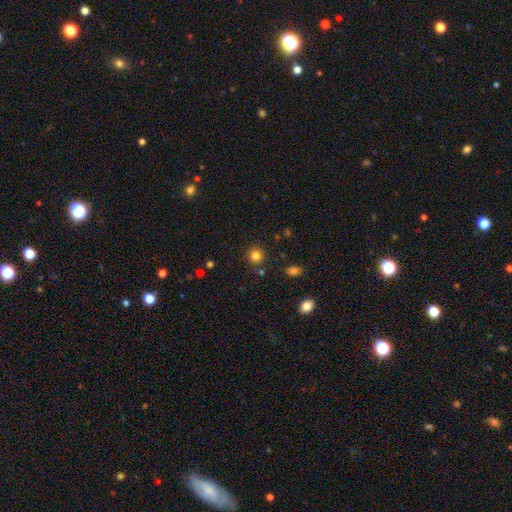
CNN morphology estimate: This appears to be a smooth galaxy with no disk features (82%) that is round (92%). Merging: none (88%).